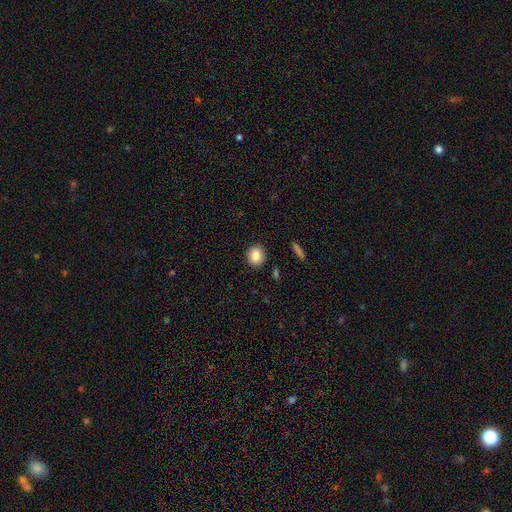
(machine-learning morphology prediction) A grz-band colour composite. It shows a smooth galaxy with no disk features (87%) that is round (70%). Merging: none (89%).